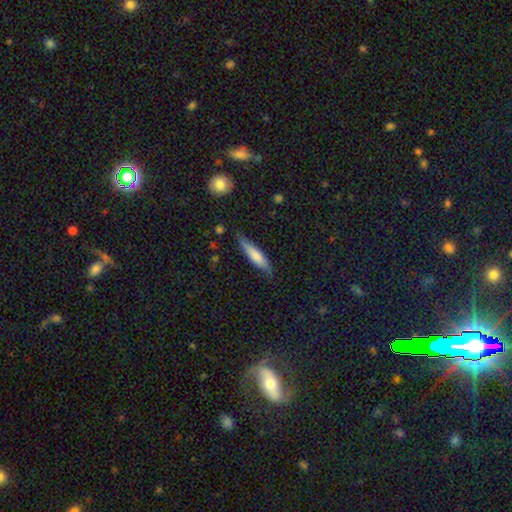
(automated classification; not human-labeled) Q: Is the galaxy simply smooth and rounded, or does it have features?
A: smooth — 71%.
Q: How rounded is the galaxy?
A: cigar-shaped — 76%.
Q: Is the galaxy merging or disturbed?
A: none — 73%.